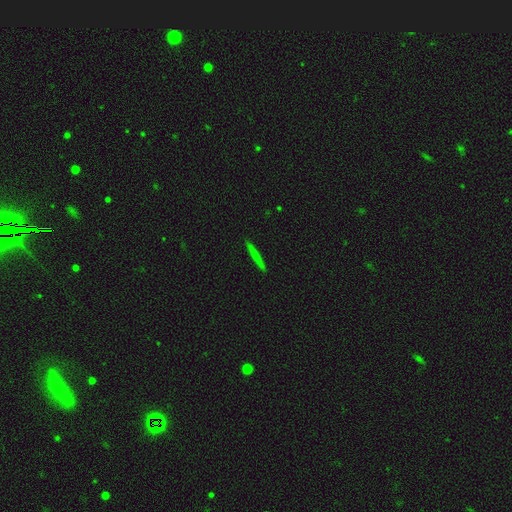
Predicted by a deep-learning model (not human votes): Overall: smooth (58%; featured or disk 35%). How rounded: cigar-shaped (95%). Merging: none (92%).